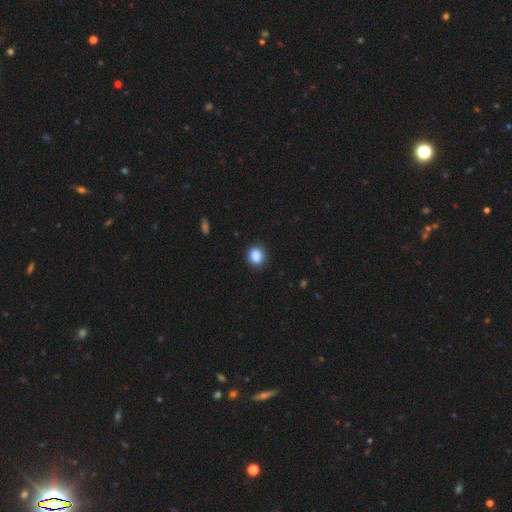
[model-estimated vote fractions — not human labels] smooth-or-featured: smooth: 87% | star or artifact: 10% | featured or disk: 3%
  how-rounded: round: 79% | in between: 20% | cigar-shaped: 1%
  merging: none: 86% | minor disturbance: 10% | major disturbance: 3% | merger: 1%